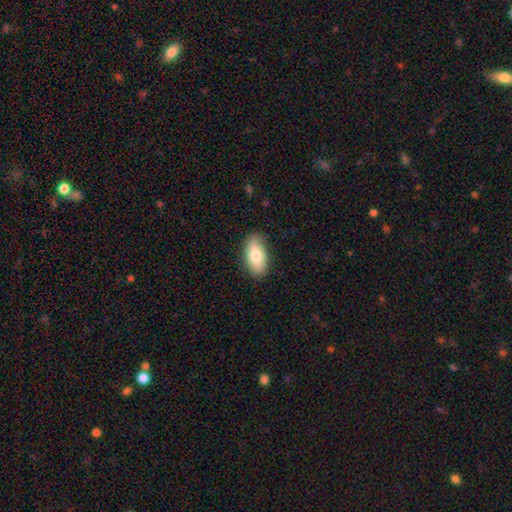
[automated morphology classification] Smooth or featured? Predicted: smooth (p=0.76). How rounded? Predicted: in between (p=0.91). Merging? Predicted: none (p=0.85).